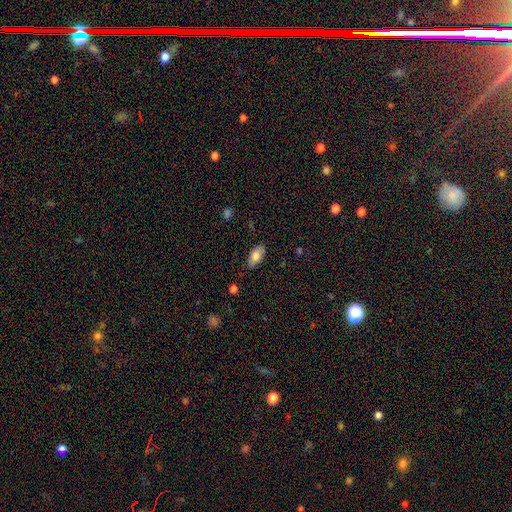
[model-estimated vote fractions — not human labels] smooth 77%, featured or disk 16%, star or artifact 7%. Down the decision tree: how rounded — in between (92%); merging — none (80%).